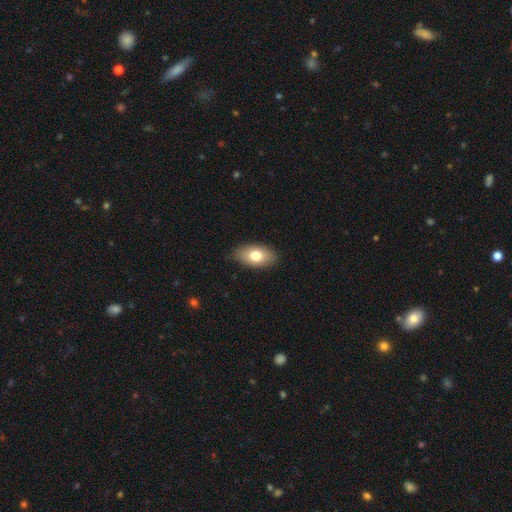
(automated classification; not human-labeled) smooth 77%, featured or disk 17%, star or artifact 7%. Down the decision tree: how rounded — in between (93%); merging — none (86%).